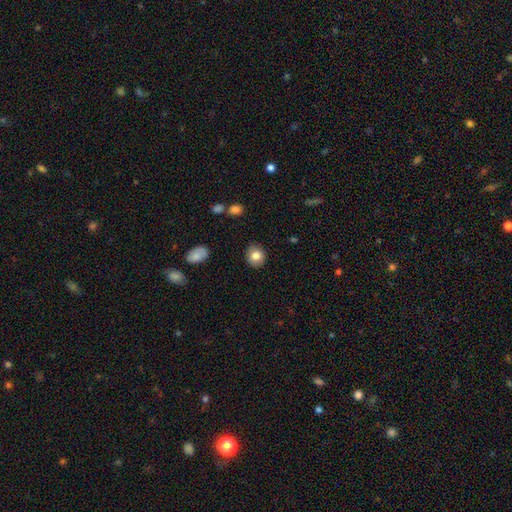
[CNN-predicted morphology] This is clearly a smooth galaxy (82%). How rounded: likely round (69%). Merging: clearly none (87%).